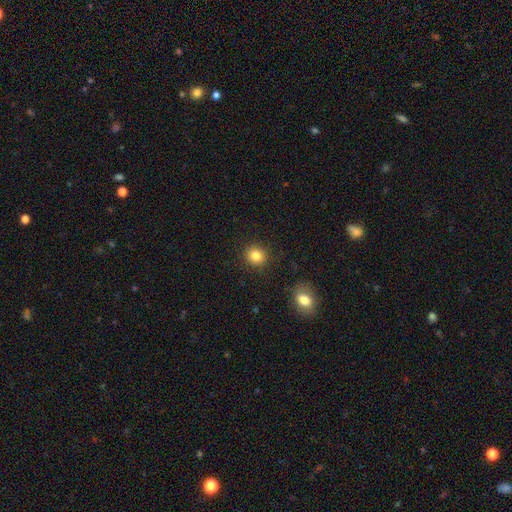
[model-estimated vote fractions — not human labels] Q: Smooth or featured?
A: smooth (84%); runner-up: star or artifact (11%)
Q: How rounded?
A: round (86%); runner-up: in between (13%)
Q: Merging?
A: none (90%); runner-up: minor disturbance (7%)